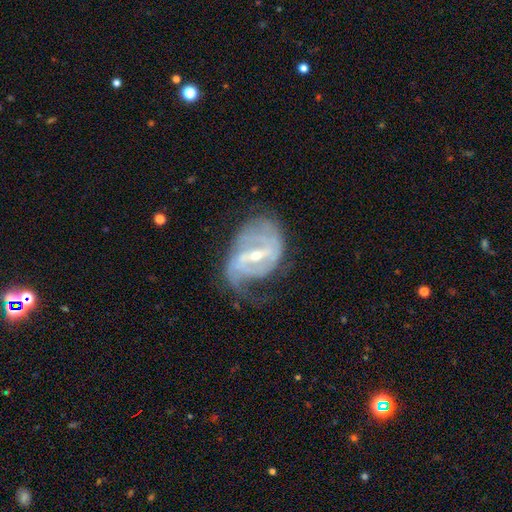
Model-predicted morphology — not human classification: This is clearly a featured or disk galaxy (88%). It is clearly not viewed edge-on (96%). Bar: likely strong (60%). Spiral arm pattern: clearly yes (91%). Spiral arm count: possibly 2 (48%). Spiral winding: marginally medium (41%). Central bulge: possibly small (57%). Merging: marginally none (43%).